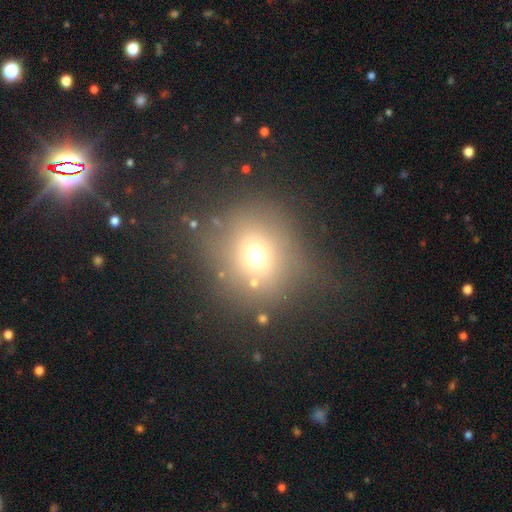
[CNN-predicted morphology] Smooth or featured? smooth (64%)
How rounded? round (82%)
Merging? none (70%)